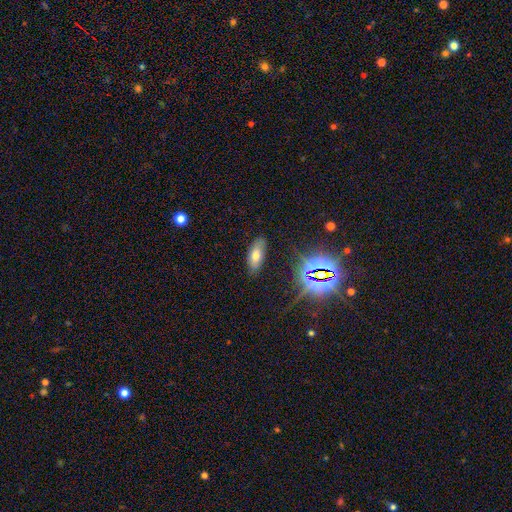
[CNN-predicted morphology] smooth-or-featured: smooth: 64% | featured or disk: 18% | star or artifact: 17%
  how-rounded: in between: 81% | cigar-shaped: 16% | round: 3%
  merging: none: 82% | minor disturbance: 13% | major disturbance: 3% | merger: 2%